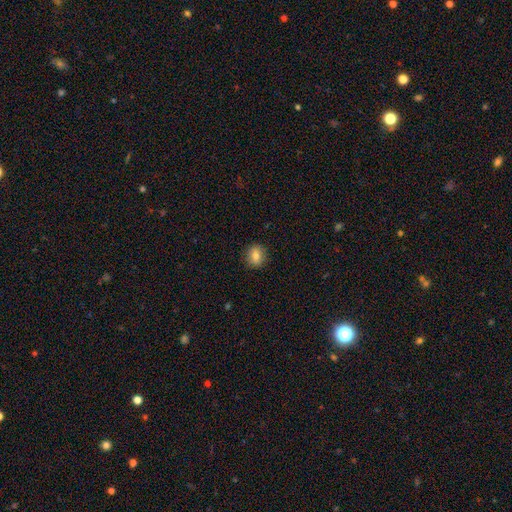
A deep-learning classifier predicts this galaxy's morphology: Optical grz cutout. It shows a smooth galaxy with no disk features (81%) that is round (78%). Merging: none (90%).